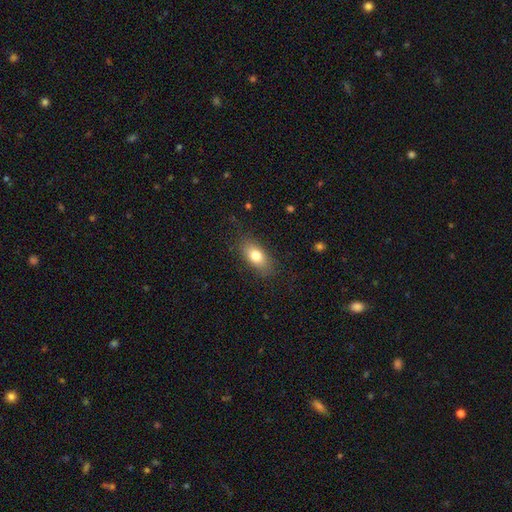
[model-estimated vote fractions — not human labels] A smooth galaxy with no disk features (78%) that is in between round and cigar-shaped (85%).

Vote fractions:
- Smooth or featured? smooth: 78% / featured or disk: 14% / star or artifact: 8%
- How rounded? in between: 85% / cigar-shaped: 8% / round: 7%
- Merging? none: 82% / minor disturbance: 13% / major disturbance: 4% / merger: 1%